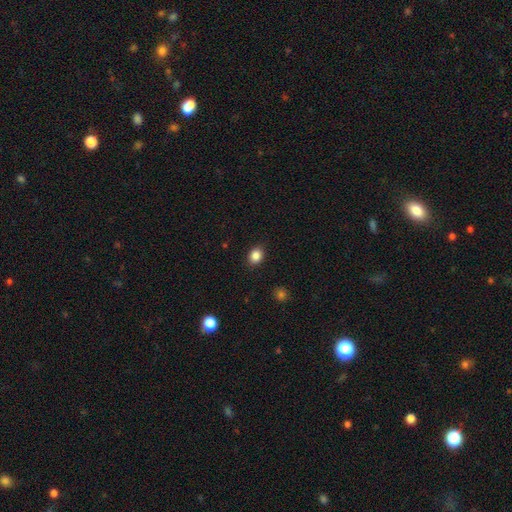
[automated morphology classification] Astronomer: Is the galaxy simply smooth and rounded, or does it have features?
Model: smooth — 85%.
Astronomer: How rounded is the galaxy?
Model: round — 52% (runner-up: in between, 47%).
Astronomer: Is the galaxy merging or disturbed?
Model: none — 88%.